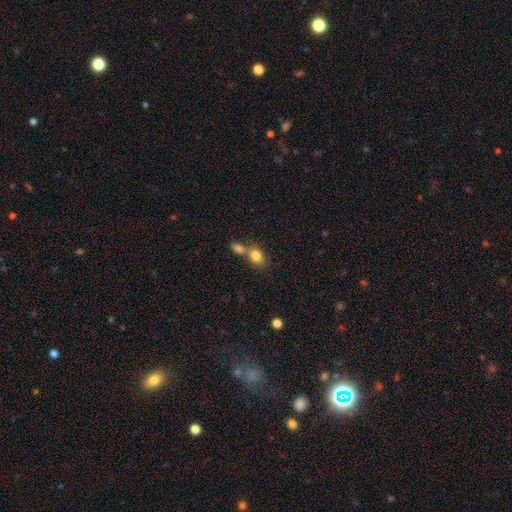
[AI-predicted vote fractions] smooth_or_featured: smooth (p=0.82) [alt: star or artifact p=0.09]
how_rounded: in between (p=0.64) [alt: round p=0.34]
merging: merger (p=0.49) [alt: none p=0.39]